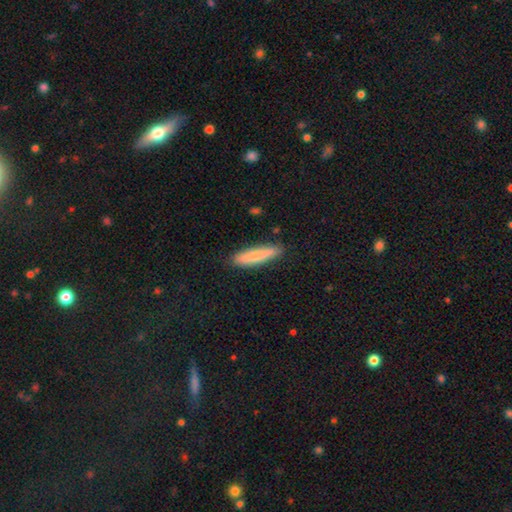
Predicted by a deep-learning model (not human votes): Overall: smooth (81%). How rounded: cigar-shaped (86%). Merging: none (87%).